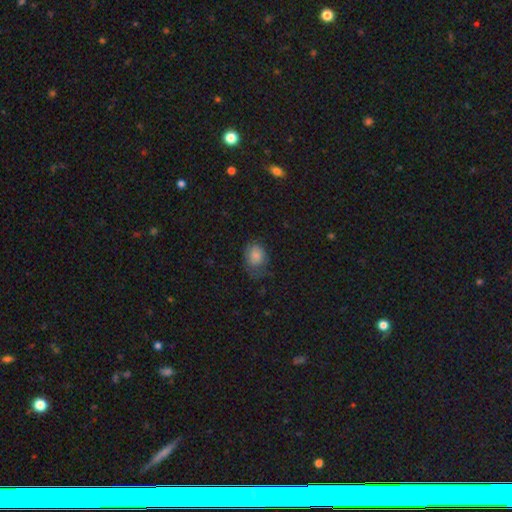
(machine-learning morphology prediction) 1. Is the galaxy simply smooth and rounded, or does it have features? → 79% smooth, 12% featured or disk, 9% star or artifact.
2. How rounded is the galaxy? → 54% in between, 45% round, 1% cigar-shaped.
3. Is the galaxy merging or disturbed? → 48% none, 32% minor disturbance, 18% major disturbance, 2% merger.